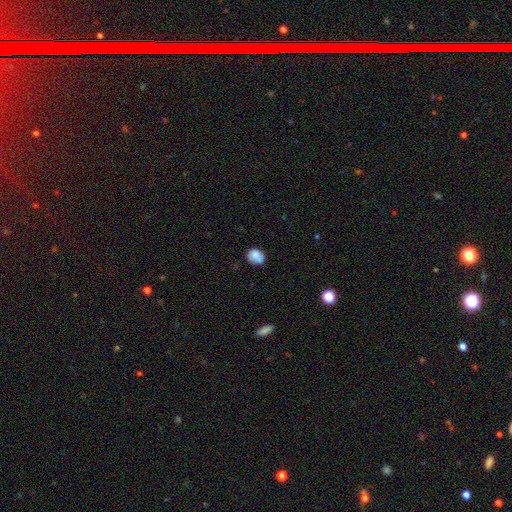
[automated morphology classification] A smooth galaxy with no disk features (79%) that is round (52%). Merging: none (62%).